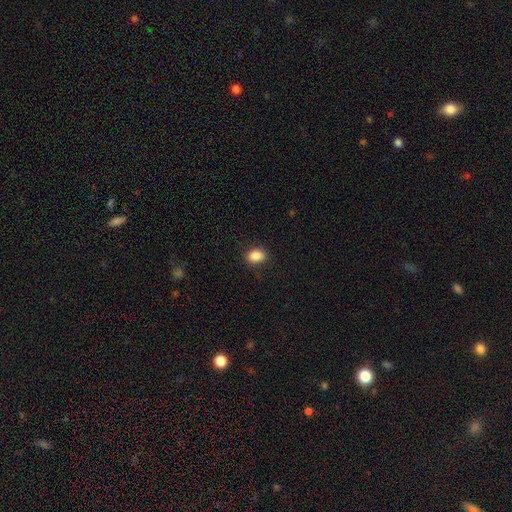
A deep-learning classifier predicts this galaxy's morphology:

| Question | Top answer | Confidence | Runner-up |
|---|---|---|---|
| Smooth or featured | smooth | 86% | star or artifact (9%) |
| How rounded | in between | 66% | round (33%) |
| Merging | none | 87% | minor disturbance (9%) |